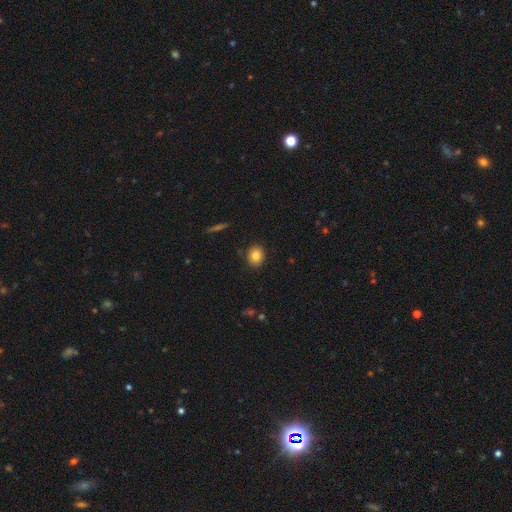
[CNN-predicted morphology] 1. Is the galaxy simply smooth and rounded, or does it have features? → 82% smooth, 10% star or artifact, 8% featured or disk.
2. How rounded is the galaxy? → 57% round, 42% in between, 1% cigar-shaped.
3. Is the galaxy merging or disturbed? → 88% none, 9% minor disturbance, 2% major disturbance, 1% merger.